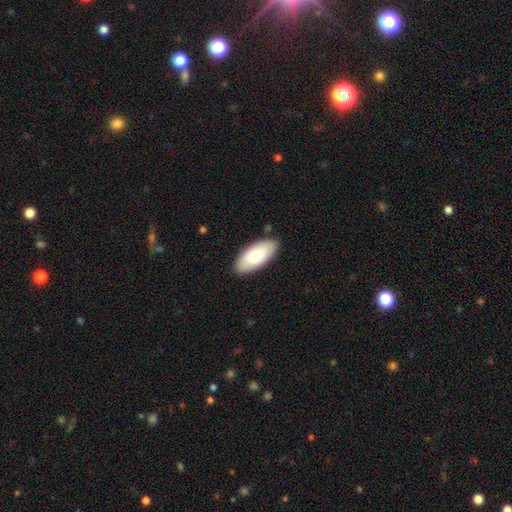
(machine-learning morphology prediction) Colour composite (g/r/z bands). It shows a smooth galaxy with no disk features (82%) that is in between round and cigar-shaped (89%). Merging: none (85%).